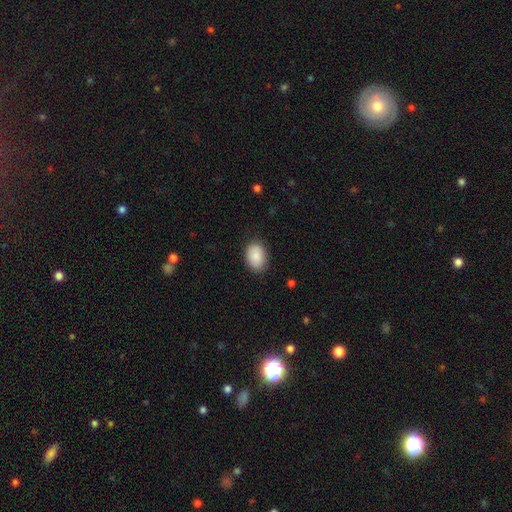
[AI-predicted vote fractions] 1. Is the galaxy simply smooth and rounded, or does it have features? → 88% smooth, 6% star or artifact, 5% featured or disk.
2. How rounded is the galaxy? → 82% in between, 17% round, 1% cigar-shaped.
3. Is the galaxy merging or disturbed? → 85% none, 12% minor disturbance, 3% major disturbance, 1% merger.